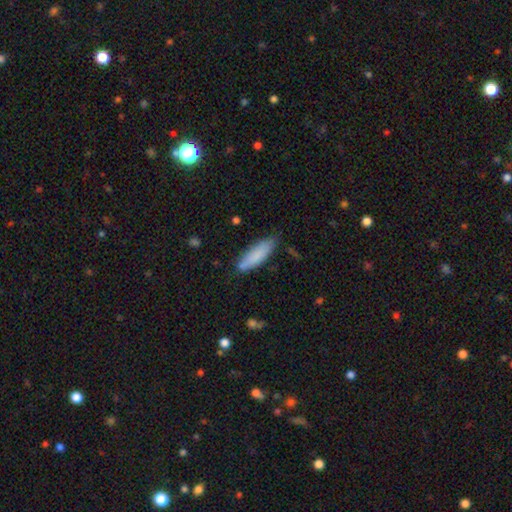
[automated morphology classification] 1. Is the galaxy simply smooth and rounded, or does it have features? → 85% smooth, 9% featured or disk, 6% star or artifact.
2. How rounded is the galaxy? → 54% cigar-shaped, 45% in between, 1% round.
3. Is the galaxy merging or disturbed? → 76% none, 18% minor disturbance, 3% major disturbance, 3% merger.